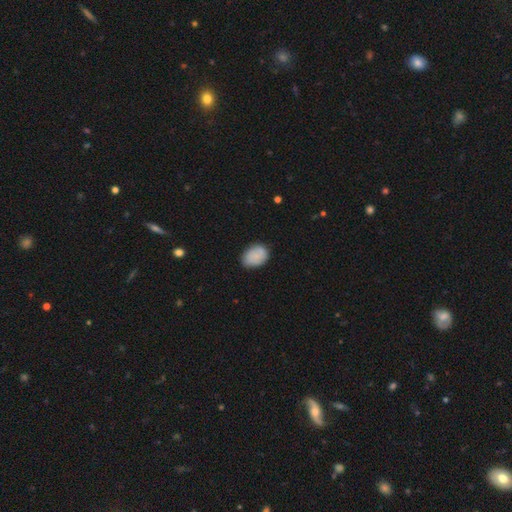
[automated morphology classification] smooth-or-featured: smooth: 79% | featured or disk: 14% | star or artifact: 7%
  how-rounded: in between: 76% | round: 22% | cigar-shaped: 1%
  merging: none: 74% | minor disturbance: 20% | major disturbance: 4% | merger: 2%